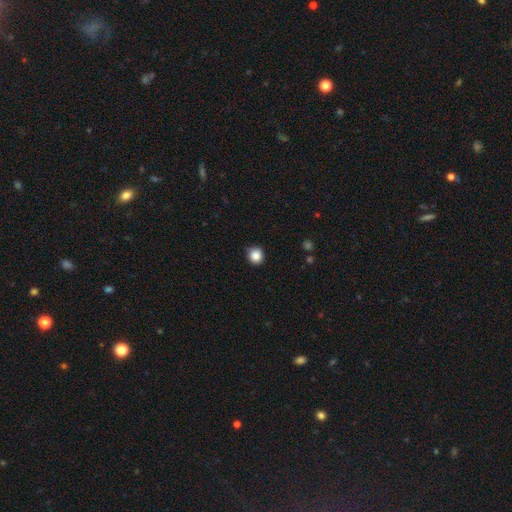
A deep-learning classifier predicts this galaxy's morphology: This is clearly a smooth galaxy (86%). How rounded: clearly round (91%). Merging: clearly none (85%).